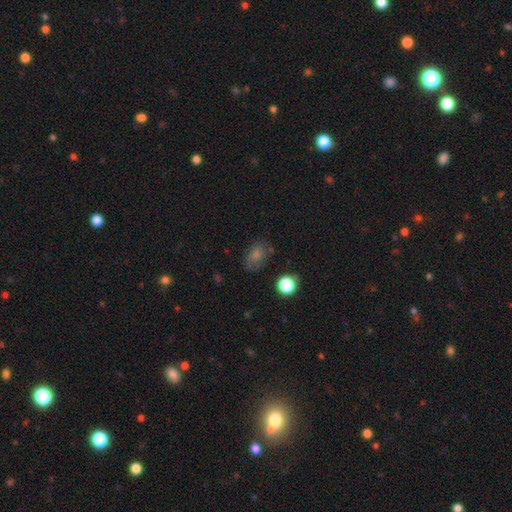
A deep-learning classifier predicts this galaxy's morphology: A smooth galaxy with no disk features (65%) that is in between round and cigar-shaped (76%). Merging: none (75%).